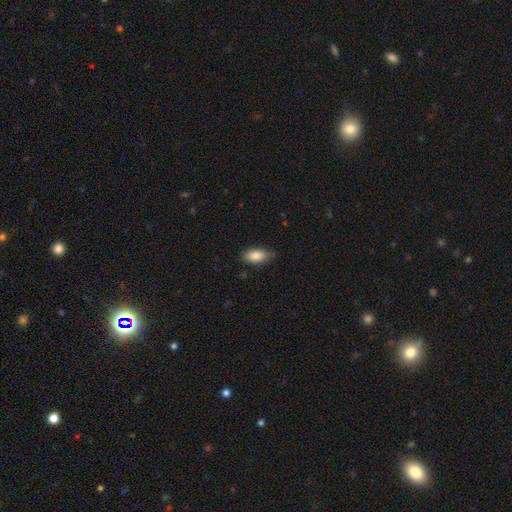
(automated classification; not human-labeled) Q: Smooth or featured?
A: smooth (85%); runner-up: featured or disk (8%)
Q: How rounded?
A: in between (89%); runner-up: cigar-shaped (8%)
Q: Merging?
A: none (79%); runner-up: minor disturbance (17%)